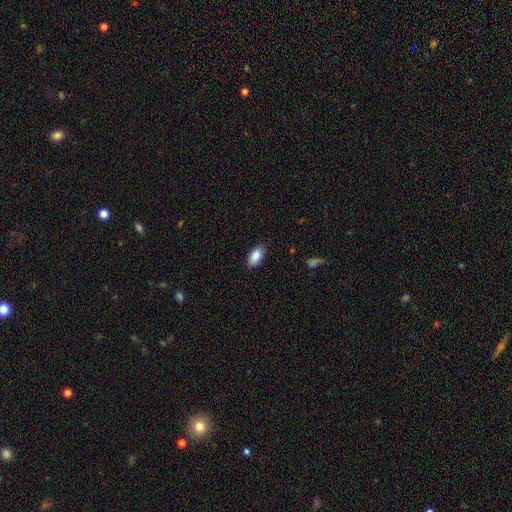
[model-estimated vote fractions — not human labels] Overall: smooth (86%). How rounded: in between (93%). Merging: none (86%).